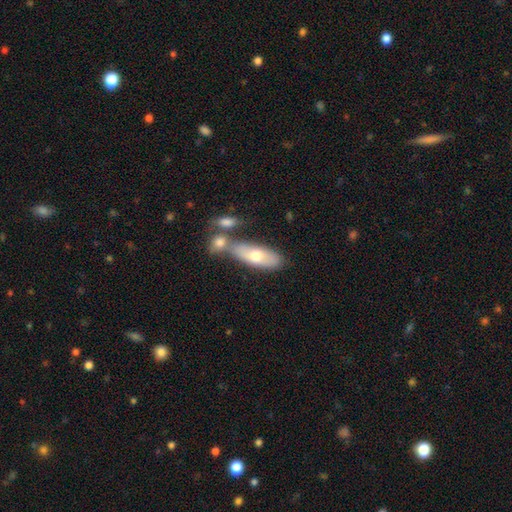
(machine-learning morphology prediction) Smooth or featured? Predicted: smooth (p=0.62). How rounded? Predicted: in between (p=0.66). Merging? Predicted: none (p=0.48).